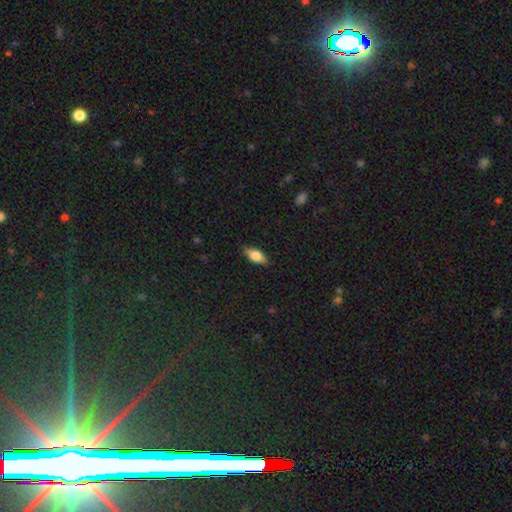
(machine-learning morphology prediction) Smooth or featured: smooth — 64% (featured or disk — 29%)
How rounded: in between — 75% (cigar-shaped — 21%)
Merging: none — 85% (minor disturbance — 11%)